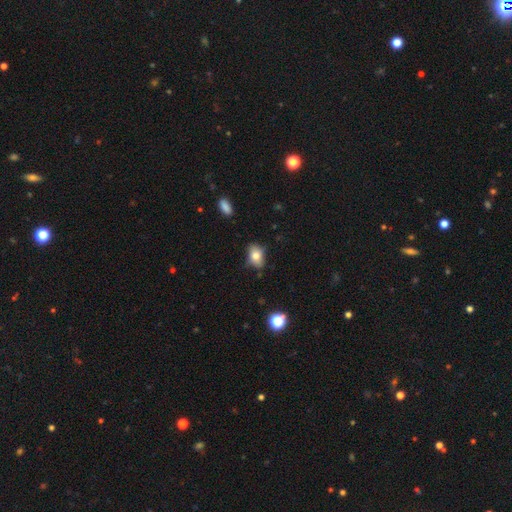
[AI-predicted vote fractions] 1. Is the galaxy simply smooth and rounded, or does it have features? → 79% smooth, 12% featured or disk, 9% star or artifact.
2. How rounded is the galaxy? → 78% in between, 20% round, 2% cigar-shaped.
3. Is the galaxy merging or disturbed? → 68% none, 25% minor disturbance, 5% major disturbance, 2% merger.